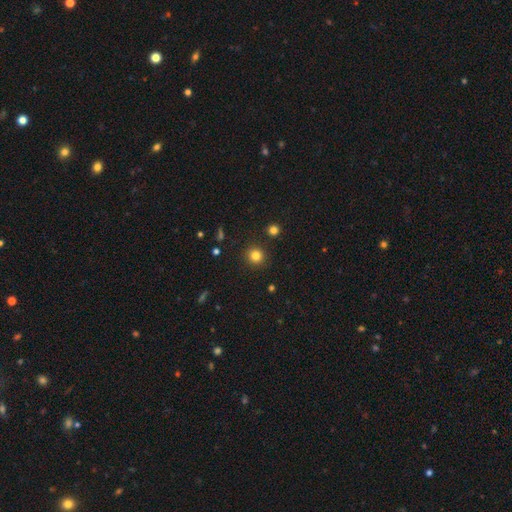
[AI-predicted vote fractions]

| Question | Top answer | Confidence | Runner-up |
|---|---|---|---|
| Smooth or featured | smooth | 81% | star or artifact (14%) |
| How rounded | round | 94% | in between (5%) |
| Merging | none | 91% | minor disturbance (5%) |